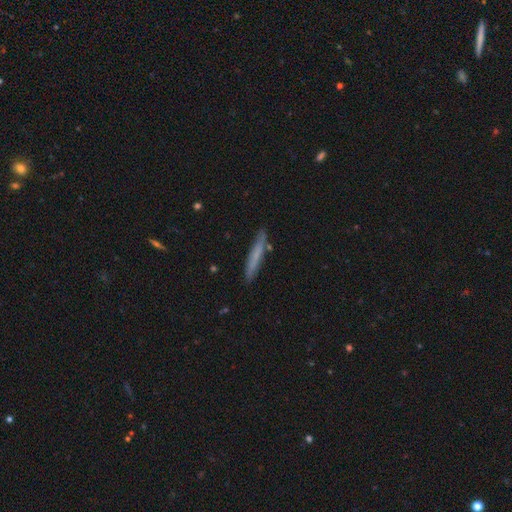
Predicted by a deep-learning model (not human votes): Morphology: type=smooth (63%); roundness=cigar-shaped (95%); merging=none (87%).